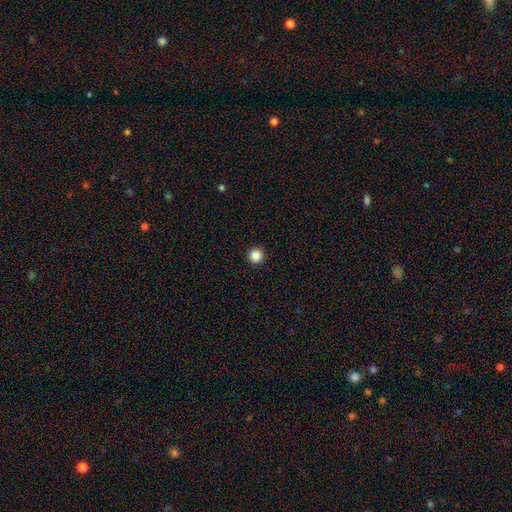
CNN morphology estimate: Smooth or featured: smooth — 86% (star or artifact — 11%)
How rounded: round — 97% (in between — 2%)
Merging: none — 94% (minor disturbance — 3%)